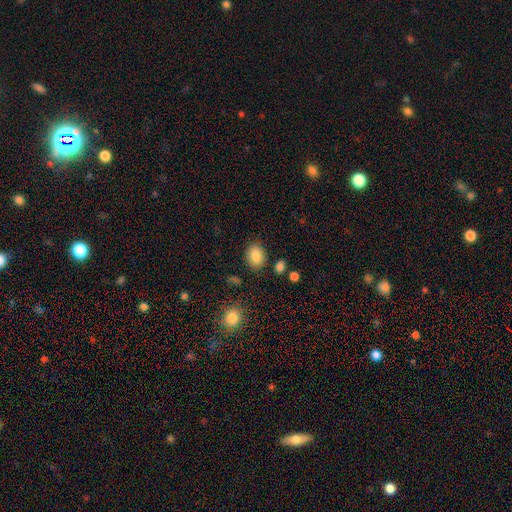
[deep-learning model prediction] smooth_or_featured: smooth (p=0.85) [alt: star or artifact p=0.09]
how_rounded: in between (p=0.62) [alt: round p=0.37]
merging: none (p=0.84) [alt: minor disturbance p=0.10]